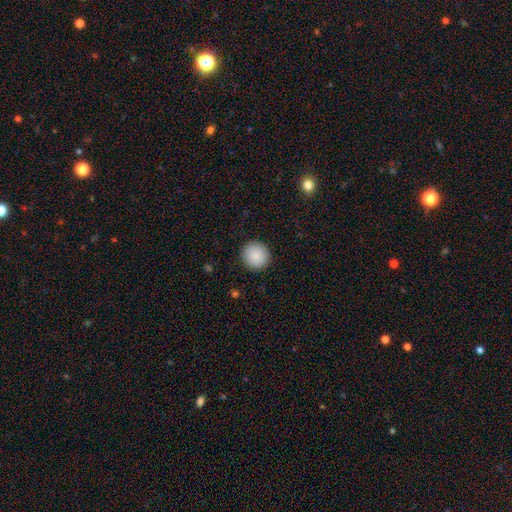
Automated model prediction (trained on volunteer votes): Smooth or featured: smooth — 89% (star or artifact — 7%)
How rounded: round — 94% (in between — 5%)
Merging: none — 92% (minor disturbance — 5%)